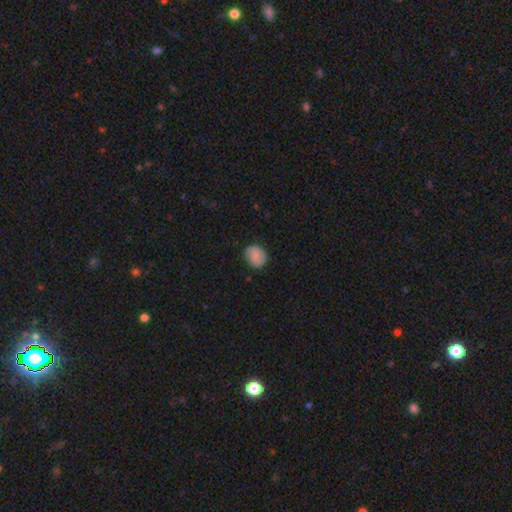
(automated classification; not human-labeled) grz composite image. It shows a smooth galaxy with no disk features (62%) that is round (72%). Merging: none (77%).